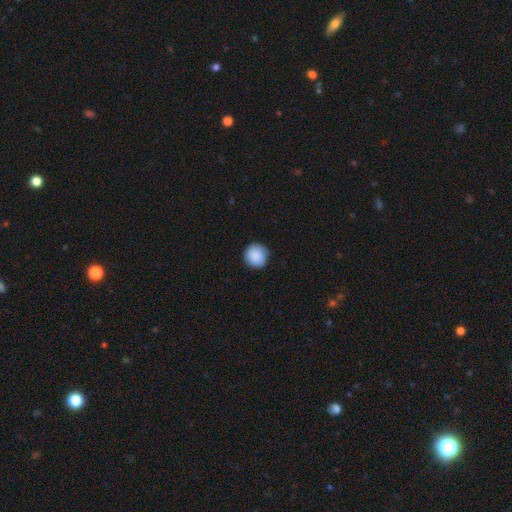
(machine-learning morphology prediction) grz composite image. It shows a smooth galaxy with no disk features (90%) that is round (93%). Merging: none (85%).